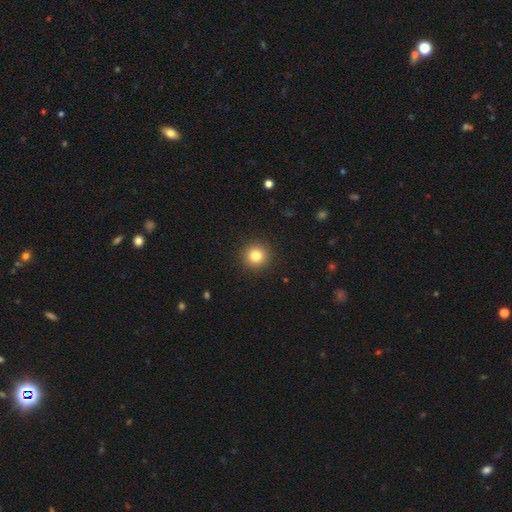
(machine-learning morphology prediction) smooth_or_featured: smooth (p=0.82) [alt: star or artifact p=0.11]
how_rounded: round (p=0.94) [alt: in between p=0.05]
merging: none (p=0.92) [alt: minor disturbance p=0.05]